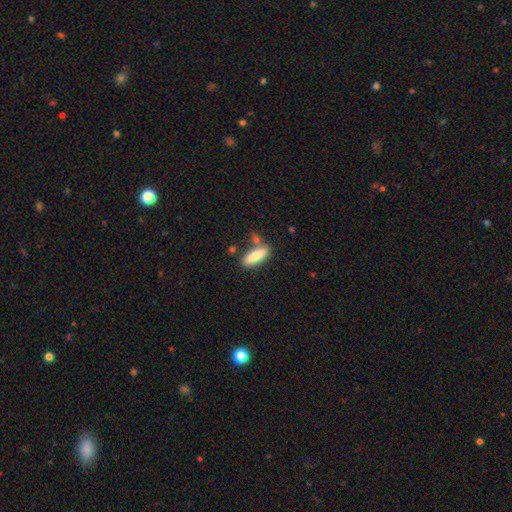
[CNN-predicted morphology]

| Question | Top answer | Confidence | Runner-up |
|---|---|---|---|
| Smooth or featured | smooth | 81% | featured or disk (13%) |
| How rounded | in between | 61% | cigar-shaped (37%) |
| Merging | none | 67% | minor disturbance (16%) |